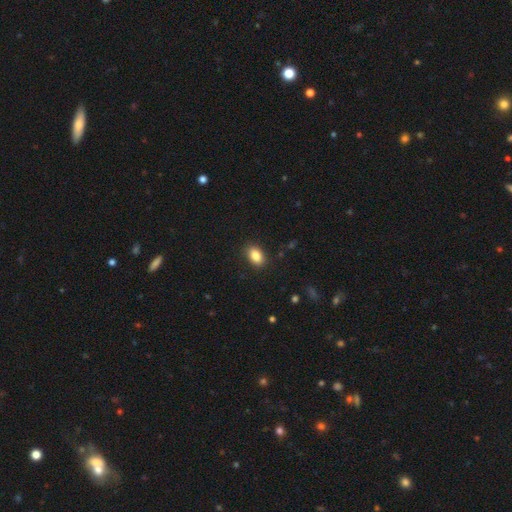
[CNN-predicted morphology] A smooth galaxy with no disk features (86%) that is in between round and cigar-shaped (85%).

Vote fractions:
- Smooth or featured? smooth: 86% / star or artifact: 9% / featured or disk: 6%
- How rounded? in between: 85% / round: 14% / cigar-shaped: 1%
- Merging? none: 88% / minor disturbance: 8% / major disturbance: 2% / merger: 1%